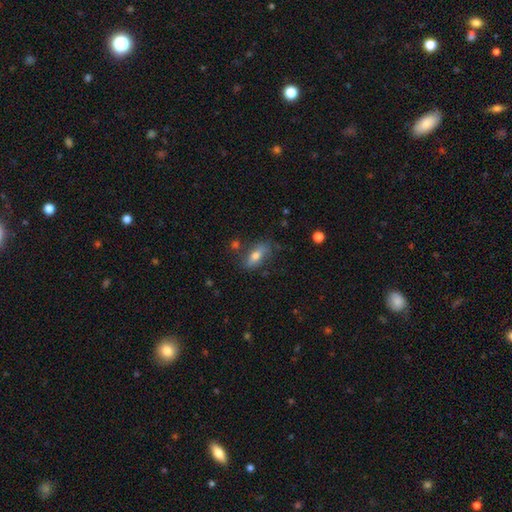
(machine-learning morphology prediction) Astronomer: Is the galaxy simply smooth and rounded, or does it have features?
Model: smooth — 67%.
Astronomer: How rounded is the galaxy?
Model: in between — 72%.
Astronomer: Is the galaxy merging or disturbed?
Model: none — 74%.